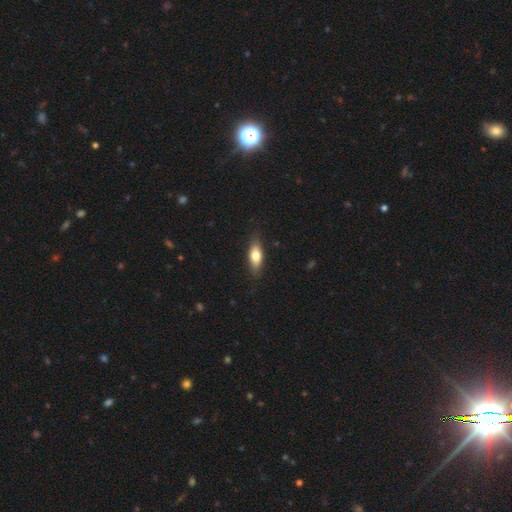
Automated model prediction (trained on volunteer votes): The model was most divided on "how rounded": in between: 72%, cigar-shaped: 25%, round: 4%. More confident: merging — none (83%); smooth or featured — smooth (71%).